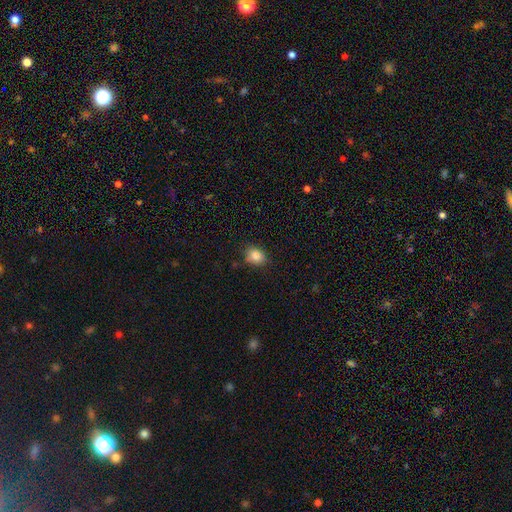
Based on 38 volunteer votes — Overall: smooth (95%). How rounded: in between (53%; round 47%). Merging: none (84%).